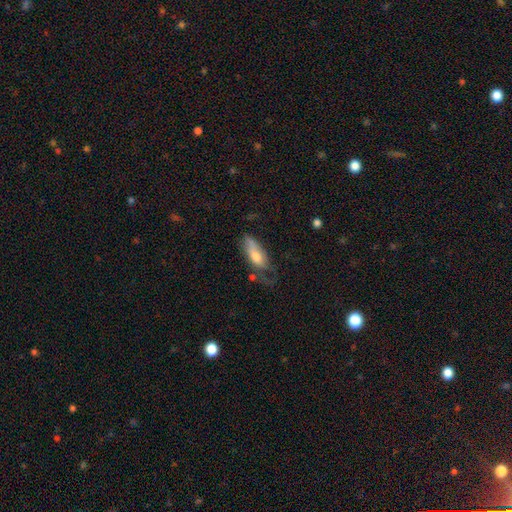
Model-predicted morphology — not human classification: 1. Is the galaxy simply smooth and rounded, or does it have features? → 62% smooth, 31% featured or disk, 7% star or artifact.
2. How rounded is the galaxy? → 75% in between, 23% cigar-shaped, 3% round.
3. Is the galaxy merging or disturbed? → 33% major disturbance, 32% none, 30% minor disturbance, 4% merger.